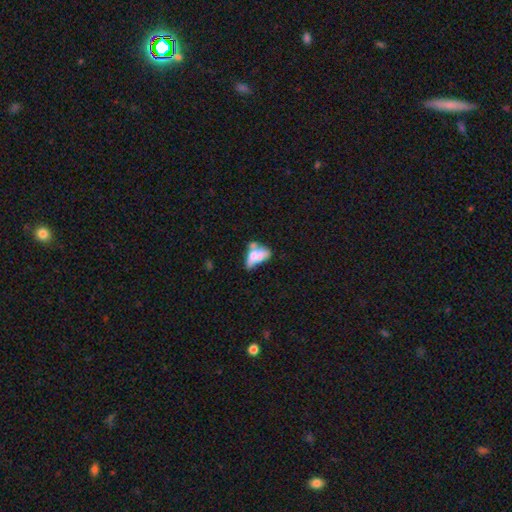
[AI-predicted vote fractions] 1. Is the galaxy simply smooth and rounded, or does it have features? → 55% smooth, 36% featured or disk, 9% star or artifact.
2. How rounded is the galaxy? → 83% in between, 9% cigar-shaped, 8% round.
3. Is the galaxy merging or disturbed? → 49% merger, 19% none, 17% major disturbance, 14% minor disturbance.